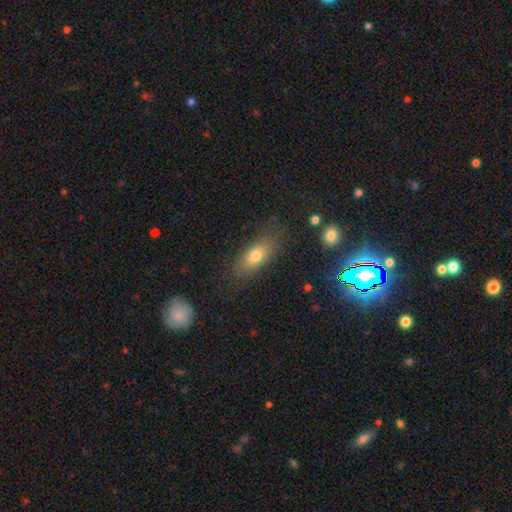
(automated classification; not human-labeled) This is likely a smooth galaxy (73%). How rounded: likely in between (75%). Merging: likely none (75%).